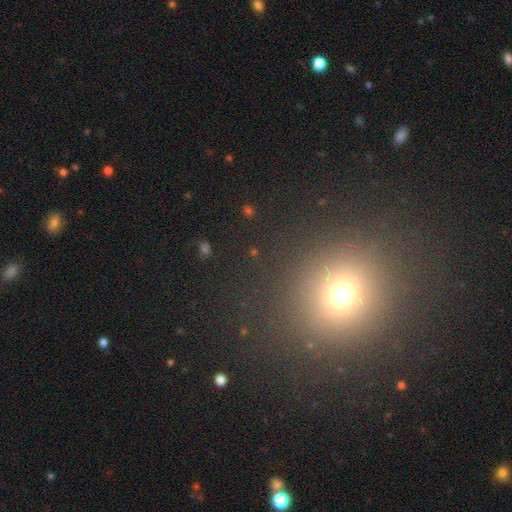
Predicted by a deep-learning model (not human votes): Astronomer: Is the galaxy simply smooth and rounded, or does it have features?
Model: smooth — 58% (runner-up: star or artifact, 34%).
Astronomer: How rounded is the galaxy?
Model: round — 88%.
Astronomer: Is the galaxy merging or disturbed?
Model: none — 88%.